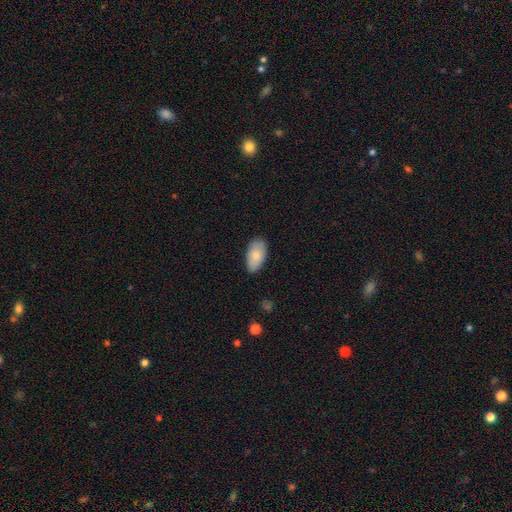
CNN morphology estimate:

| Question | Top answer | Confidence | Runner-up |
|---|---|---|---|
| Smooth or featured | smooth | 82% | featured or disk (12%) |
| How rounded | in between | 95% | round (3%) |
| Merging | none | 84% | minor disturbance (13%) |